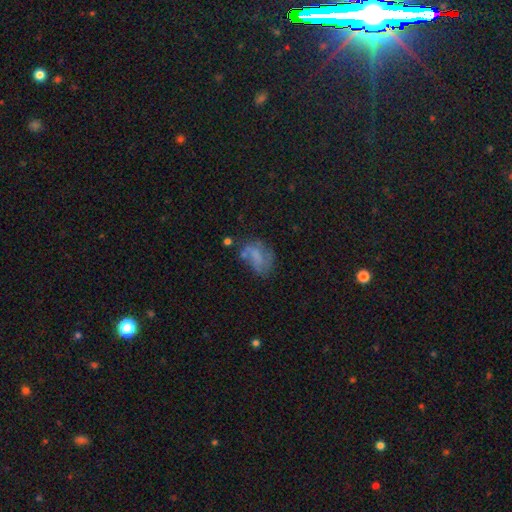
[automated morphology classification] smooth-or-featured: smooth: 45% | featured or disk: 41% | star or artifact: 14%
  merging: none: 40% | minor disturbance: 25% | major disturbance: 25% | merger: 10%